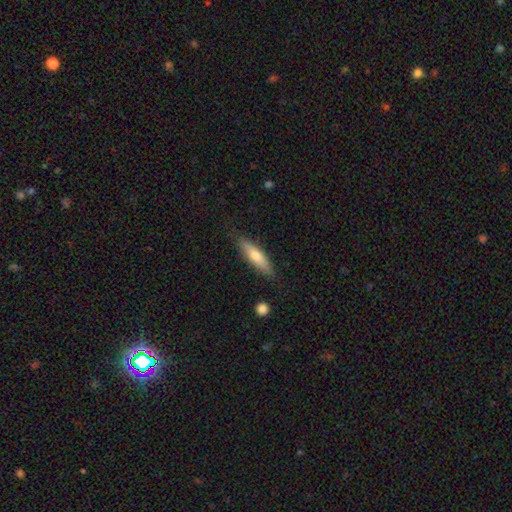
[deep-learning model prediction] The model was most divided on "smooth or featured": smooth: 63%, featured or disk: 31%, star or artifact: 6%. More confident: merging — none (84%); how rounded — cigar-shaped (70%).